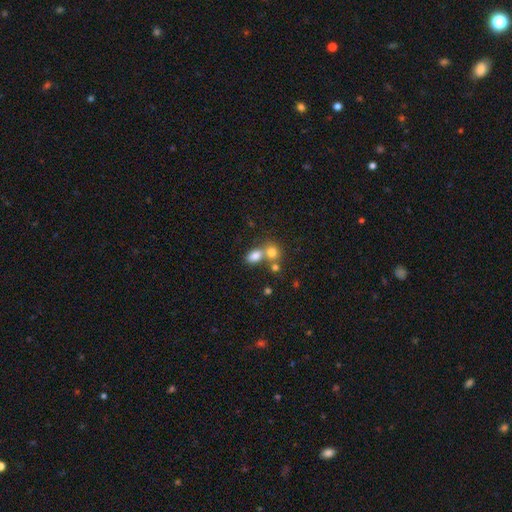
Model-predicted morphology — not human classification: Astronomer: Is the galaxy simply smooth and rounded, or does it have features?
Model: smooth — 79%.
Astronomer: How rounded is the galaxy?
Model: in between — 76%.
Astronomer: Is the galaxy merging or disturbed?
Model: merger — 48% (runner-up: none, 39%).